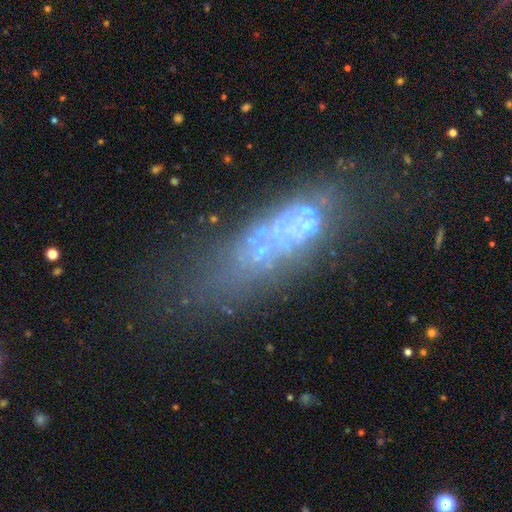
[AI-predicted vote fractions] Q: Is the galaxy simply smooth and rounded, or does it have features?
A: featured or disk — 42%.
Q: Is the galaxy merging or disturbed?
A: none — 44%.